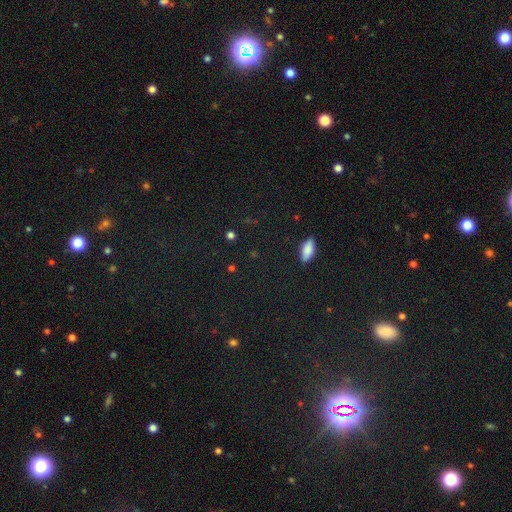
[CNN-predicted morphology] This is likely a star or artifact rather than a galaxy (73%).